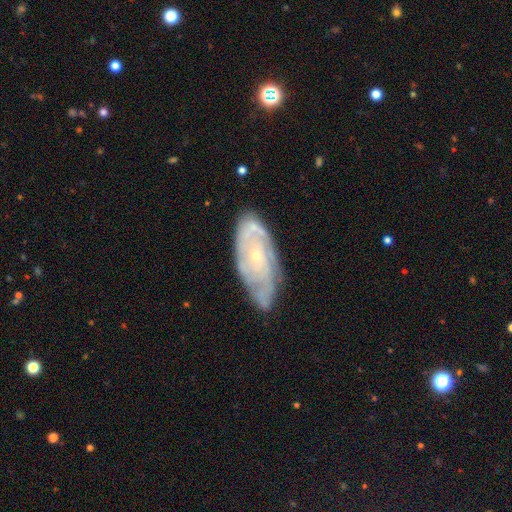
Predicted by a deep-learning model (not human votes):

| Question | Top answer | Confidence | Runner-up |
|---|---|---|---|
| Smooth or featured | featured or disk | 76% | smooth (18%) |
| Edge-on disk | no | 91% | yes (9%) |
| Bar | no | 77% | weak (19%) |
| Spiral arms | yes | 85% | no (15%) |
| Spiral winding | tight | 64% | medium (28%) |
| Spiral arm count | can't tell | 48% | 2 (22%) |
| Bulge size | small | 79% | moderate (17%) |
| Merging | none | 70% | minor disturbance (22%) |